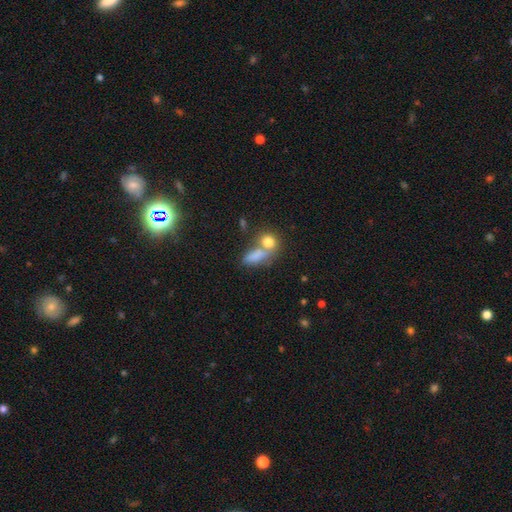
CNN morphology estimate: type=smooth (79%); roundness=in between (62%); merging=merger (41%).